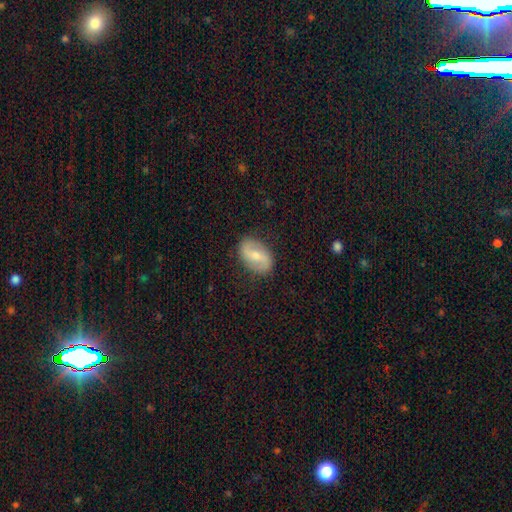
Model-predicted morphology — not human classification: Smooth or featured? featured or disk (65%)
Edge-on disk? no (96%)
Bar? weak (48%)
Spiral arms? yes (86%)
Spiral winding? loose (50%)
Spiral arm count? 2 (90%)
Bulge size? moderate (49%)
Merging? none (83%)